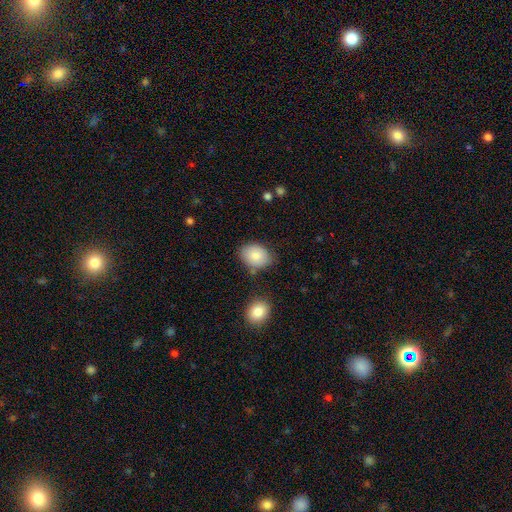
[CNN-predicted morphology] This is clearly a smooth galaxy (84%). How rounded: likely in between (72%). Merging: likely none (72%).